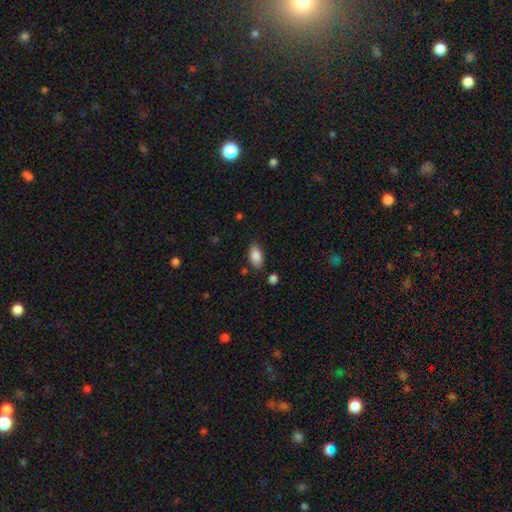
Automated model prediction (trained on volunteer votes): Smooth or featured: smooth — 87% (star or artifact — 7%)
How rounded: in between — 92% (cigar-shaped — 5%)
Merging: none — 82% (minor disturbance — 12%)